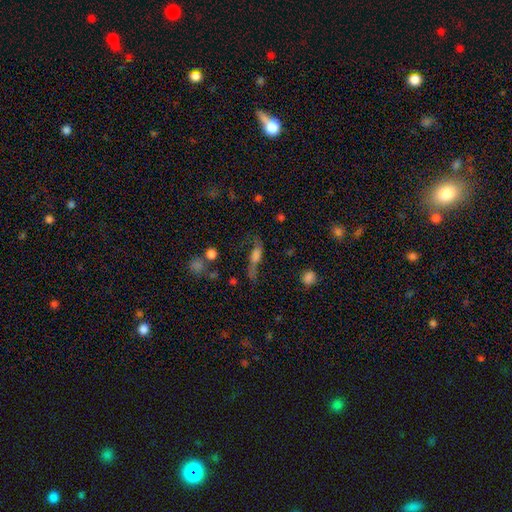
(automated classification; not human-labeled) A featured or disk galaxy (47%). Merging: none (50%).